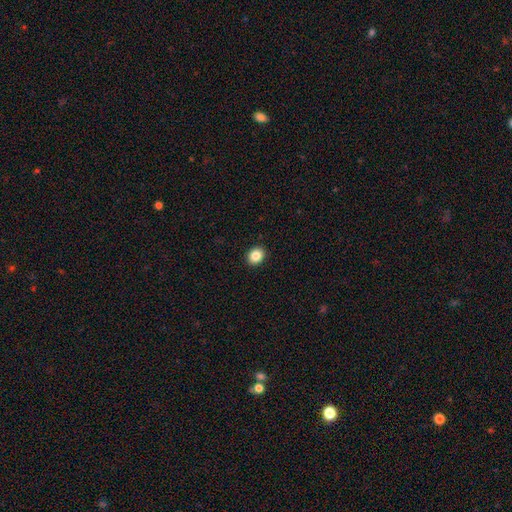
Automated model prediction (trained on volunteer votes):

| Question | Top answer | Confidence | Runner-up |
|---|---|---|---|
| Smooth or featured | smooth | 85% | star or artifact (10%) |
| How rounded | round | 59% | in between (40%) |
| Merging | none | 92% | minor disturbance (5%) |